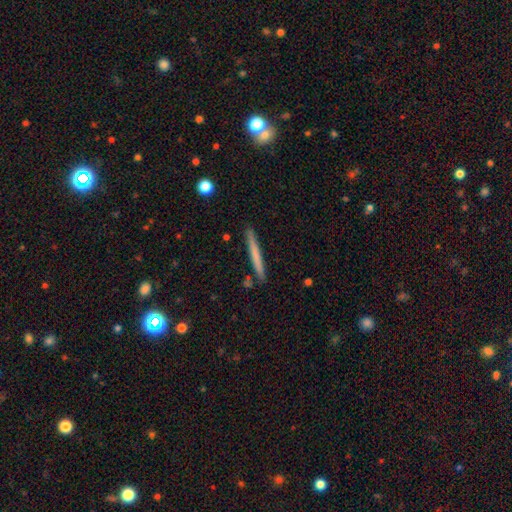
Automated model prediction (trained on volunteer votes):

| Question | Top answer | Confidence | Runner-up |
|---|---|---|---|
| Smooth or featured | smooth | 65% | featured or disk (29%) |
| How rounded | cigar-shaped | 97% | in between (2%) |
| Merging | none | 89% | minor disturbance (7%) |